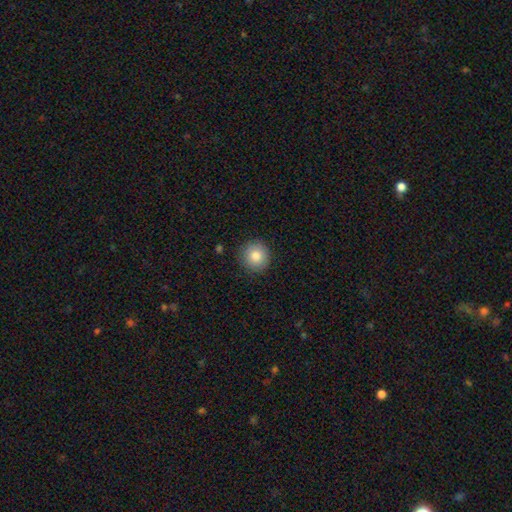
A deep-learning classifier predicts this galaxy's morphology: smooth_or_featured: smooth (p=0.83) [alt: star or artifact p=0.09]
how_rounded: round (p=0.93) [alt: in between p=0.06]
merging: none (p=0.89) [alt: minor disturbance p=0.08]